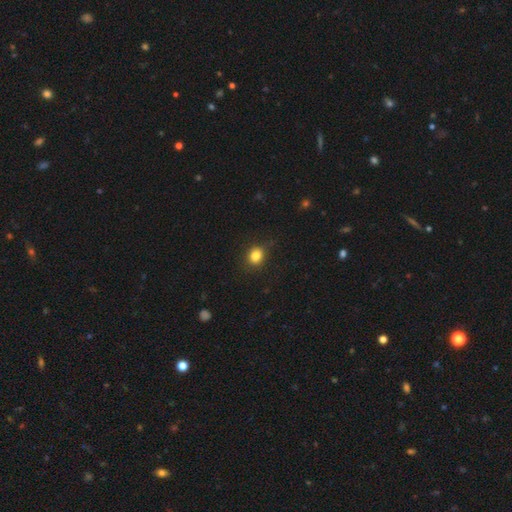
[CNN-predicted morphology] smooth_or_featured: smooth (p=0.83) [alt: star or artifact p=0.12]
how_rounded: round (p=0.73) [alt: in between p=0.26]
merging: none (p=0.82) [alt: minor disturbance p=0.13]